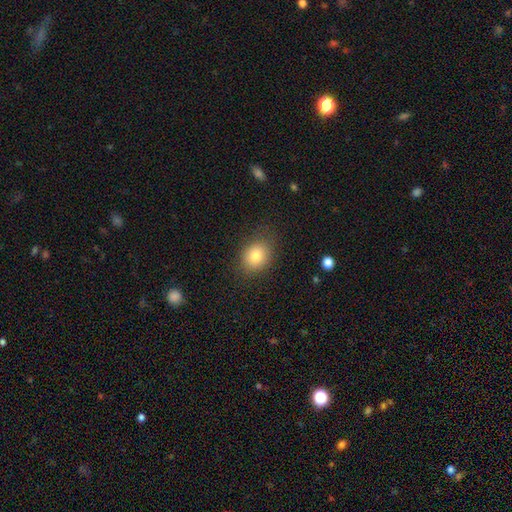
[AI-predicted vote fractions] smooth_or_featured: smooth (p=0.80) [alt: star or artifact p=0.10]
how_rounded: round (p=0.56) [alt: in between p=0.43]
merging: none (p=0.81) [alt: minor disturbance p=0.13]